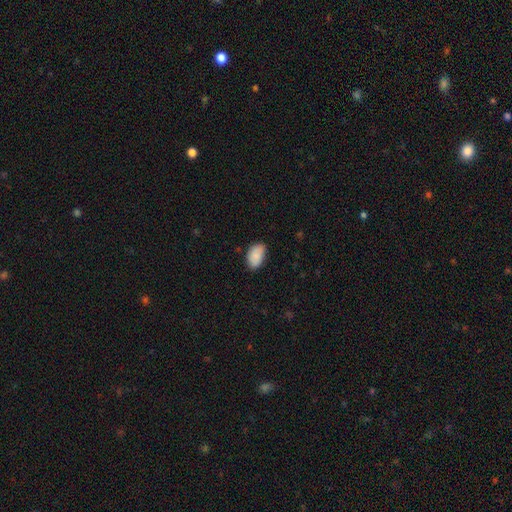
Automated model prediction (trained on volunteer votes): Q: Smooth or featured?
A: smooth (87%); runner-up: featured or disk (7%)
Q: How rounded?
A: in between (92%); runner-up: round (7%)
Q: Merging?
A: none (76%); runner-up: minor disturbance (20%)